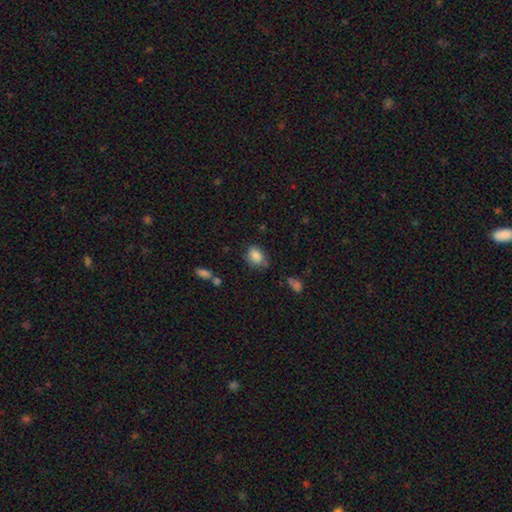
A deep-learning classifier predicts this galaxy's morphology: Smooth or featured? smooth (84%)
How rounded? in between (71%)
Merging? none (65%)